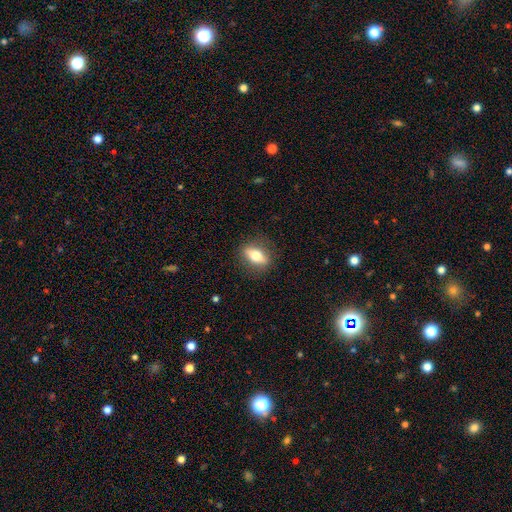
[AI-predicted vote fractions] Smooth or featured? Predicted: smooth (p=0.62). How rounded? Predicted: in between (p=0.70). Merging? Predicted: none (p=0.84).